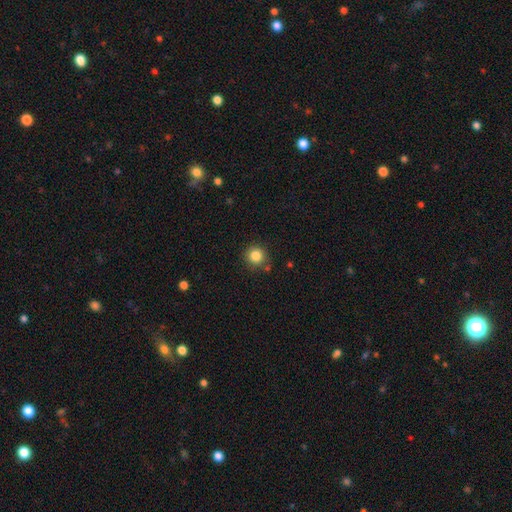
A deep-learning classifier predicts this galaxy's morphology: smooth_or_featured: smooth (p=0.84) [alt: star or artifact p=0.11]
how_rounded: round (p=0.94) [alt: in between p=0.05]
merging: none (p=0.83) [alt: minor disturbance p=0.10]